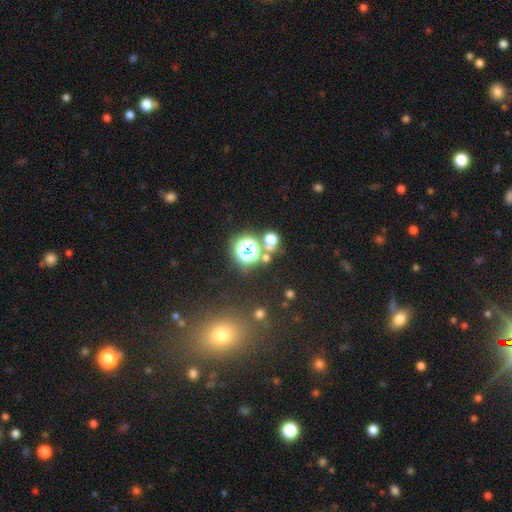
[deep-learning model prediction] A star or artifact, not a galaxy (62%).